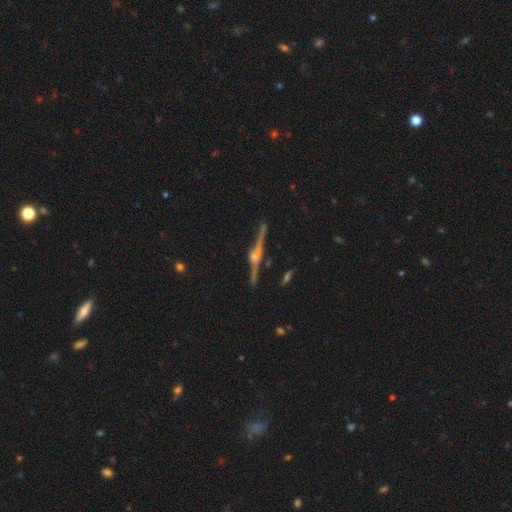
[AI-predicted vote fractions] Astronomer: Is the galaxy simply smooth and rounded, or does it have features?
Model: featured or disk — 85%.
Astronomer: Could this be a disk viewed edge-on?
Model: yes — 98%.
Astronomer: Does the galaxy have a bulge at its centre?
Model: rounded — 86%.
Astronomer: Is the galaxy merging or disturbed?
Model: none — 83%.